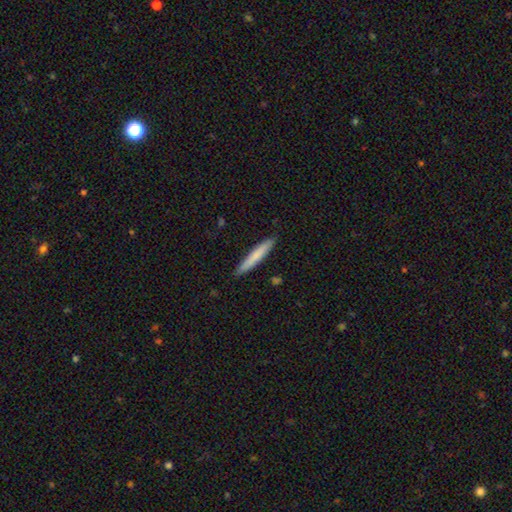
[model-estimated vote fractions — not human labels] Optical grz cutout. It shows a smooth galaxy with no disk features (75%) that is cigar-shaped (94%). Merging: none (89%).